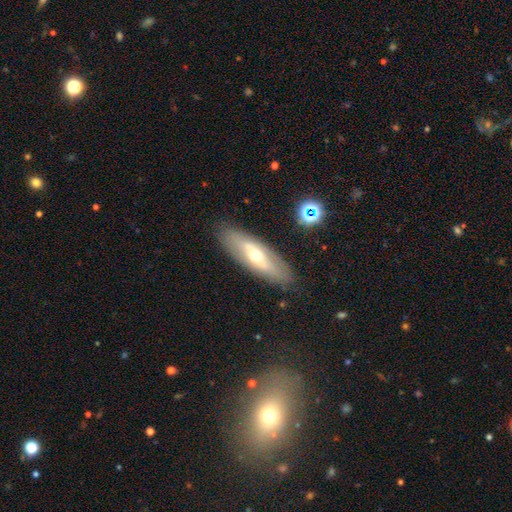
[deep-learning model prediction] Smooth or featured? Predicted: featured or disk (p=0.53). Edge-on disk? Predicted: no (p=0.64). Merging? Predicted: none (p=0.86).